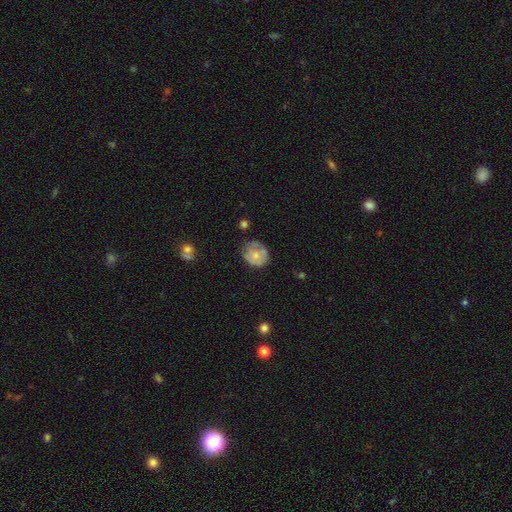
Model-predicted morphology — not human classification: A smooth galaxy with no disk features (58%) that is round (75%).

Vote fractions:
- Smooth or featured? smooth: 58% / featured or disk: 34% / star or artifact: 8%
- How rounded? round: 75% / in between: 24% / cigar-shaped: 1%
- Merging? none: 57% / minor disturbance: 30% / major disturbance: 11% / merger: 3%